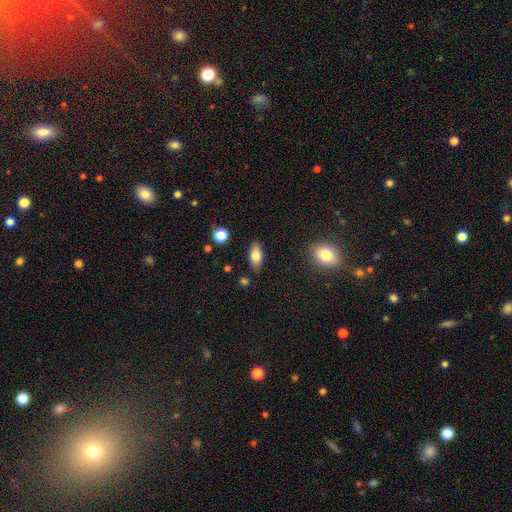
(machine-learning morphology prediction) This appears to be a smooth galaxy with no disk features (79%) that is in between round and cigar-shaped (87%). Merging: none (85%).